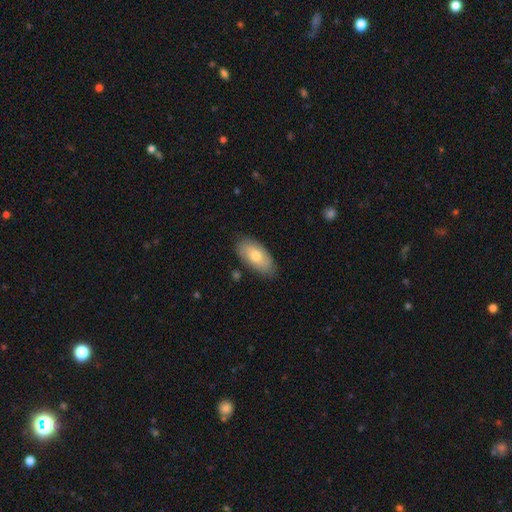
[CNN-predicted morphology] smooth 68%, featured or disk 25%, star or artifact 7%. Down the decision tree: how rounded — in between (91%); merging — none (83%).